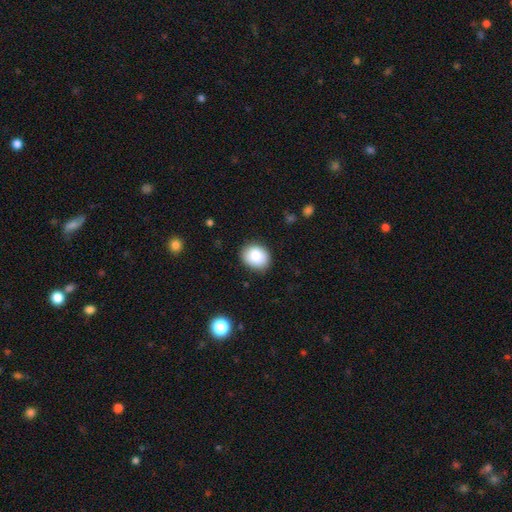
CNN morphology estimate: Overall: smooth (86%). How rounded: round (55%; in between 44%). Merging: none (86%).